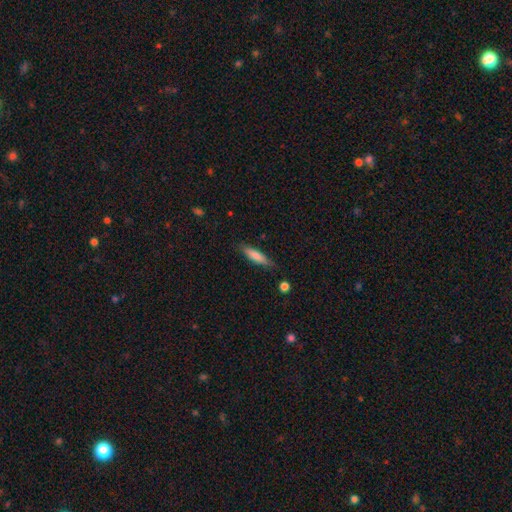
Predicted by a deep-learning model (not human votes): A smooth galaxy with no disk features (74%) that is cigar-shaped (72%).

Vote fractions:
- Smooth or featured? smooth: 74% / featured or disk: 19% / star or artifact: 6%
- How rounded? cigar-shaped: 72% / in between: 26% / round: 2%
- Merging? none: 78% / minor disturbance: 17% / major disturbance: 3% / merger: 2%